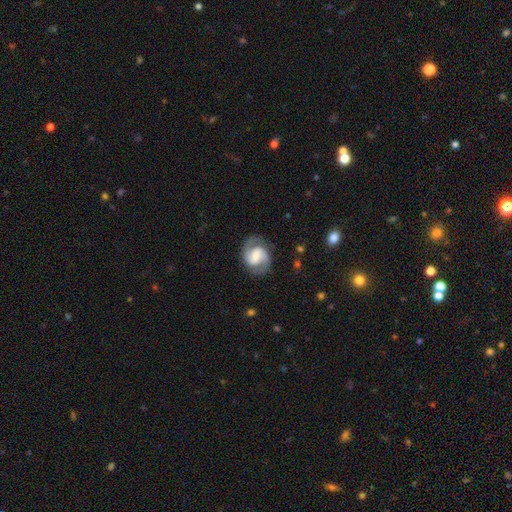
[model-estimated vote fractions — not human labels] Smooth or featured?
  - featured or disk: 86% *
  - smooth: 9%
  - star or artifact: 5%
Edge-on disk?
  - no: 98% *
  - yes: 2%
Bar?
  - weak: 48% *
  - strong: 30%
  - no: 23%
Spiral arms?
  - yes: 96% *
  - no: 4%
Spiral winding?
  - medium: 56% *
  - tight: 27%
  - loose: 17%
Spiral arm count?
  - 2: 92% *
  - can't tell: 3%
  - 1: 1%
  - 3: 1%
  - 4: 1%
  - more than 4: 1%
Bulge size?
  - moderate: 40% *
  - small: 35%
  - large: 12%
  - none: 10%
  - dominant: 2%
Merging?
  - none: 81% *
  - minor disturbance: 12%
  - major disturbance: 5%
  - merger: 1%